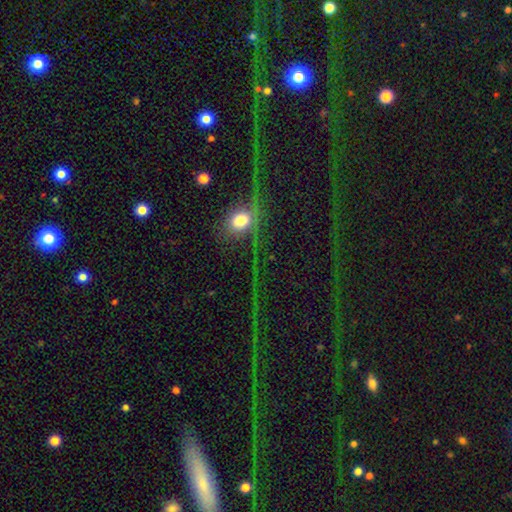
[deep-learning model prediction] A star or artifact, not a galaxy (51%).